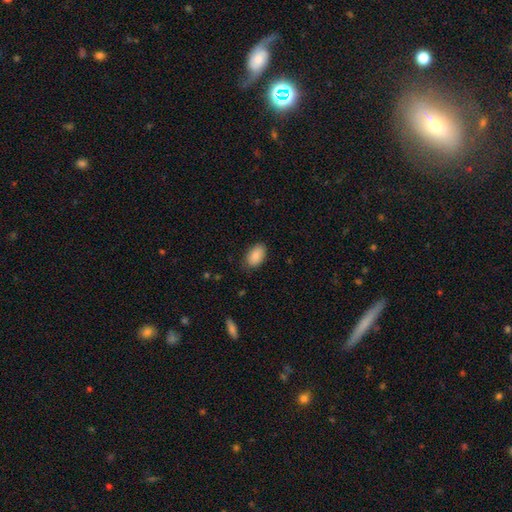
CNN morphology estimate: Smooth or featured? Predicted: smooth (p=0.87). How rounded? Predicted: in between (p=0.92). Merging? Predicted: none (p=0.82).